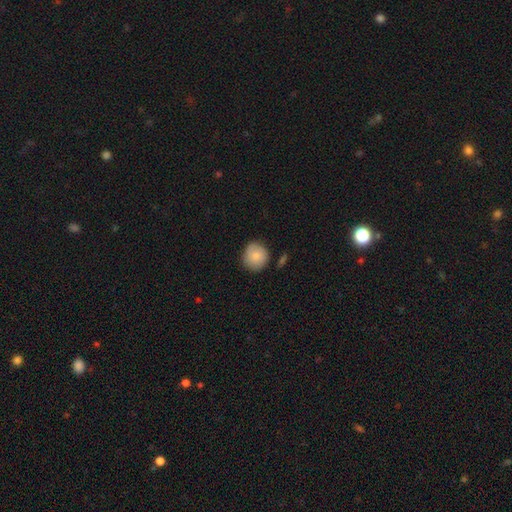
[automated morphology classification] This appears to be a smooth galaxy with no disk features (85%) that is round (89%). Merging: none (79%).